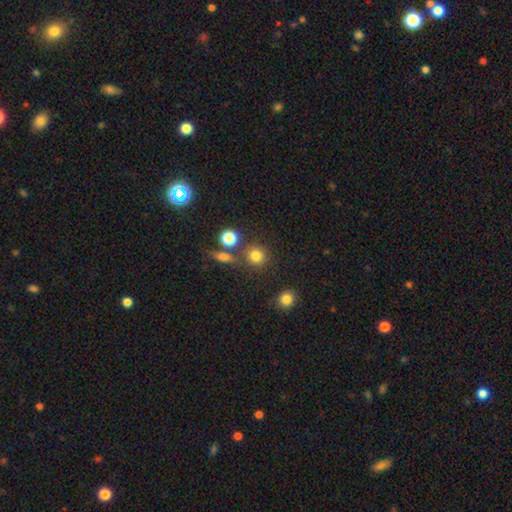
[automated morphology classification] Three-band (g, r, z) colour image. It shows a smooth galaxy with no disk features (79%) that is round (90%). Merging: none (77%).